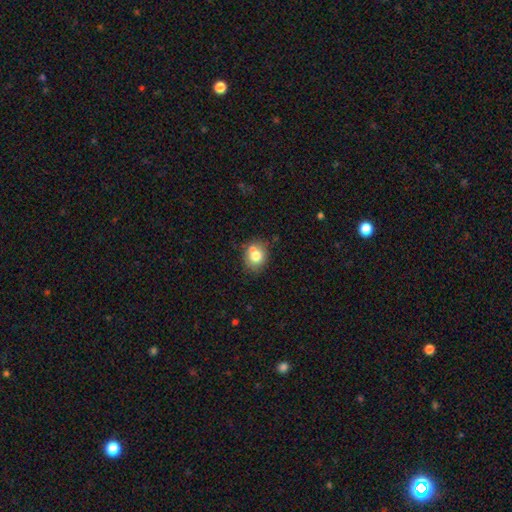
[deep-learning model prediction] smooth 73%, featured or disk 16%, star or artifact 10%. Down the decision tree: how rounded — round (62%); merging — none (58%).